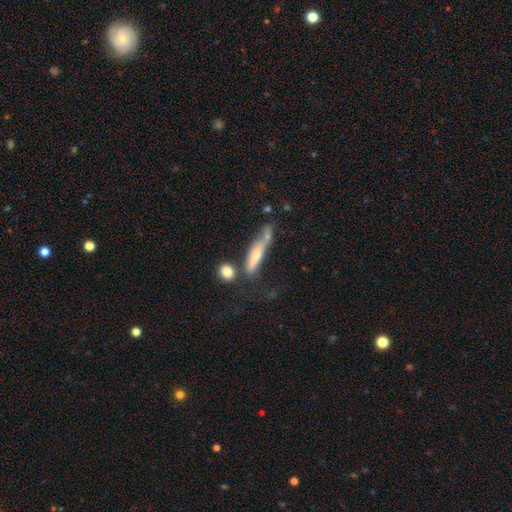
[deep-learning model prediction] Smooth or featured?
  - smooth: 56% *
  - featured or disk: 37%
  - star or artifact: 8%
How rounded?
  - cigar-shaped: 78% *
  - in between: 20%
  - round: 3%
Merging?
  - none: 37% *
  - merger: 24%
  - minor disturbance: 22%
  - major disturbance: 17%